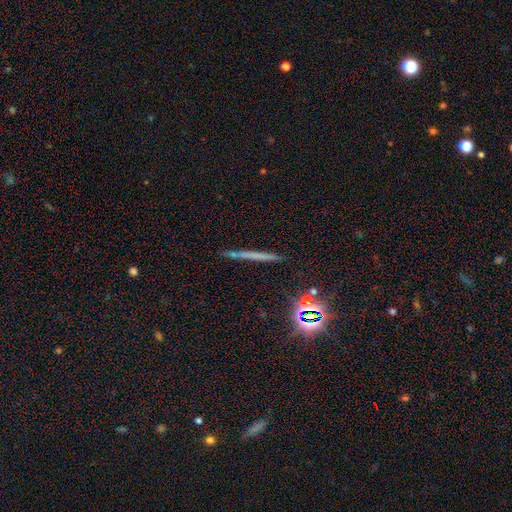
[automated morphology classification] Smooth or featured? smooth (45%)
Merging? none (88%)